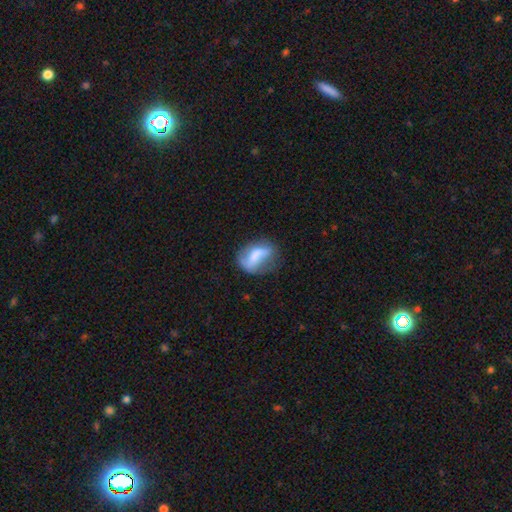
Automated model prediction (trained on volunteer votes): A smooth galaxy with no disk features (54%) that is in between round and cigar-shaped (75%). Merging: none (41%).